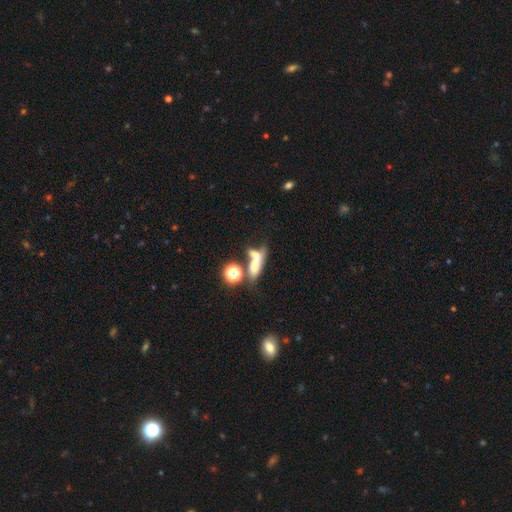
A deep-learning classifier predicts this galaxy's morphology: smooth-or-featured: smooth: 56% | featured or disk: 28% | star or artifact: 16%
  how-rounded: in between: 51% | cigar-shaped: 32% | round: 17%
  merging: merger: 49% | none: 25% | major disturbance: 15% | minor disturbance: 12%